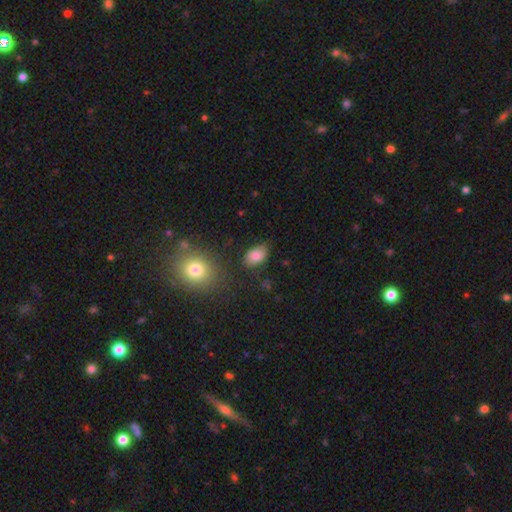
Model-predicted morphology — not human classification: Q: Smooth or featured?
A: smooth (81%); runner-up: featured or disk (10%)
Q: How rounded?
A: in between (89%); runner-up: round (10%)
Q: Merging?
A: none (74%); runner-up: minor disturbance (18%)